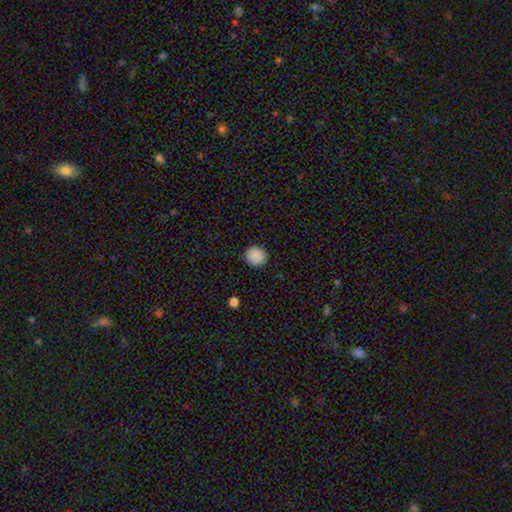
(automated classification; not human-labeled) A smooth galaxy with no disk features (89%) that is round (88%).

Vote fractions:
- Smooth or featured? smooth: 89% / star or artifact: 8% / featured or disk: 3%
- How rounded? round: 88% / in between: 11% / cigar-shaped: 1%
- Merging? none: 91% / minor disturbance: 6% / major disturbance: 2% / merger: 1%